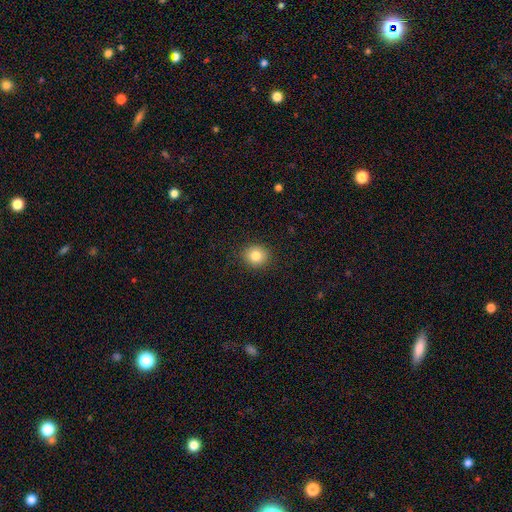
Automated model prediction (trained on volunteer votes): A smooth galaxy with no disk features (83%) that is round (84%). Merging: none (91%).